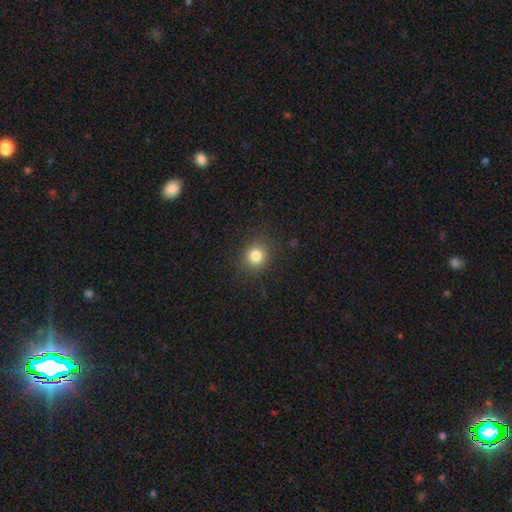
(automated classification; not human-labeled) This is clearly a smooth galaxy (82%). How rounded: clearly round (86%). Merging: clearly none (88%).